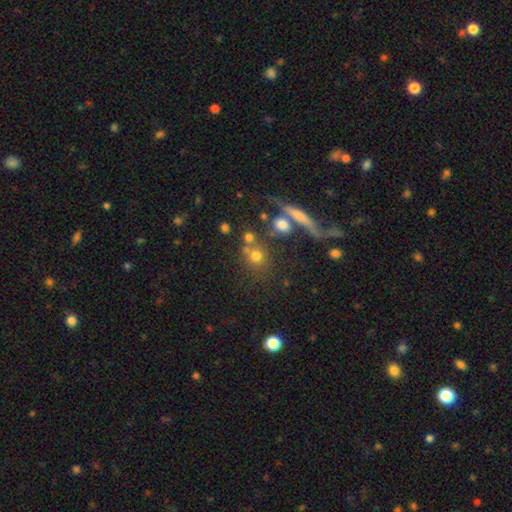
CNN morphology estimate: This is likely a smooth galaxy (68%). How rounded: clearly round (84%). Merging: possibly none (57%).